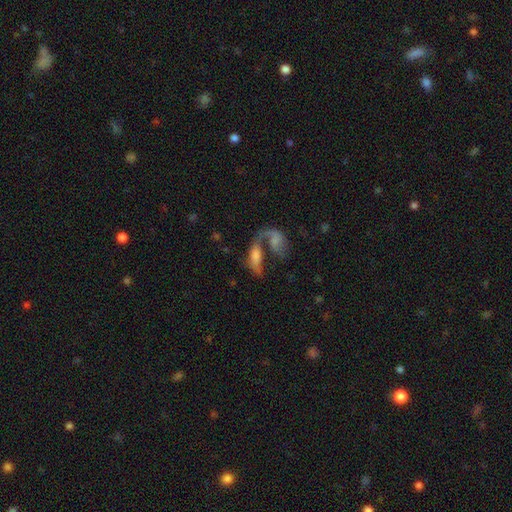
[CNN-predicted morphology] Smooth or featured? Predicted: featured or disk (p=0.47). Merging? Predicted: merger (p=0.58).